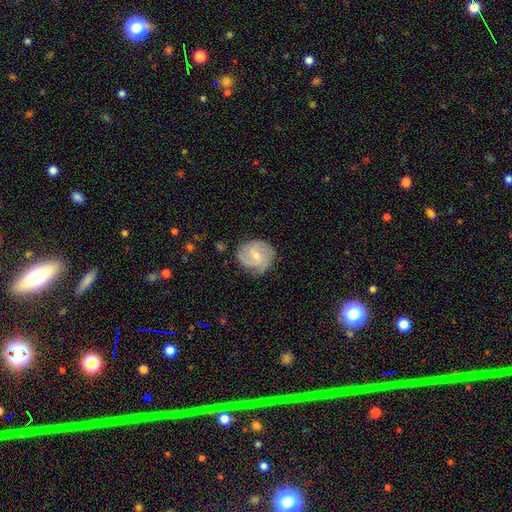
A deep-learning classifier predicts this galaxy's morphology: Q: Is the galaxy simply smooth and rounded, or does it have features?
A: featured or disk — 71%.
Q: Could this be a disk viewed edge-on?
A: no — 98%.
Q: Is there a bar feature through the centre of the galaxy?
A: weak — 51%.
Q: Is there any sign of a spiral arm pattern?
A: yes — 93%.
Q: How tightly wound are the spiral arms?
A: medium — 43%.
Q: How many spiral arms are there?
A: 2 — 39%.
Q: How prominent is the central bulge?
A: small — 53%.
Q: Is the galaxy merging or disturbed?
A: none — 69%.